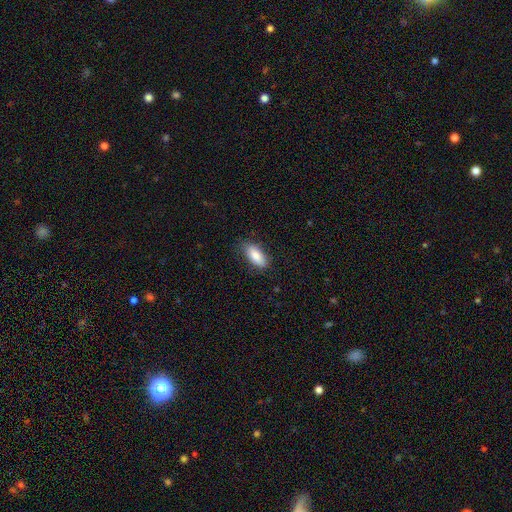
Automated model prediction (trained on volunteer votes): smooth_or_featured: smooth (p=0.84) [alt: featured or disk p=0.09]
how_rounded: in between (p=0.83) [alt: cigar-shaped p=0.14]
merging: none (p=0.82) [alt: minor disturbance p=0.14]